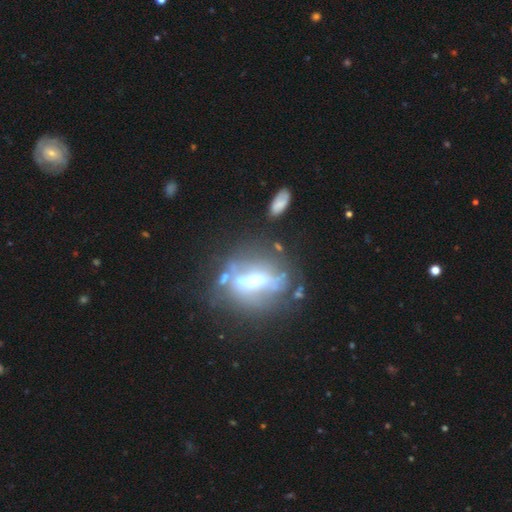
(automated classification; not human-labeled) A featured or disk galaxy (74%) viewed edge-on (61%). Merging: none (72%).